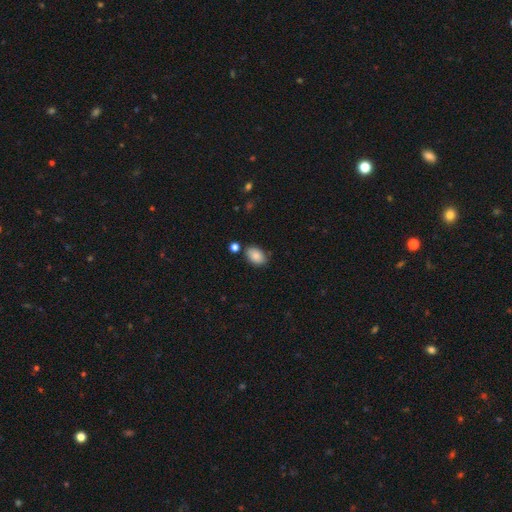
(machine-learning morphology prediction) Smooth or featured: smooth — 86% (star or artifact — 8%)
How rounded: in between — 88% (round — 11%)
Merging: none — 75% (minor disturbance — 15%)